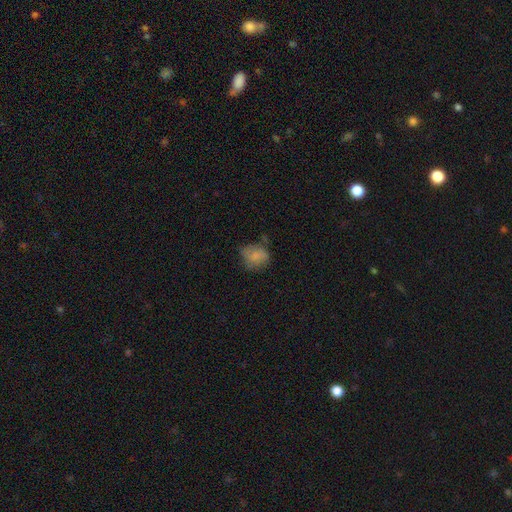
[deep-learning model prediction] Smooth or featured? Predicted: smooth (p=0.74). How rounded? Predicted: round (p=0.56). Merging? Predicted: none (p=0.49).